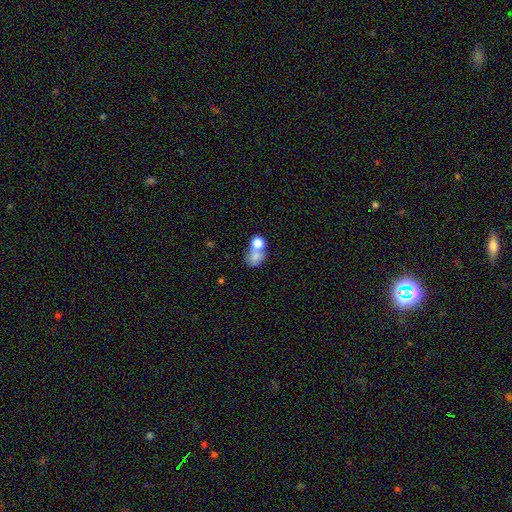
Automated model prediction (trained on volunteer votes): Morphology: type=smooth (74%); roundness=in between (52%); merging=merger (58%).